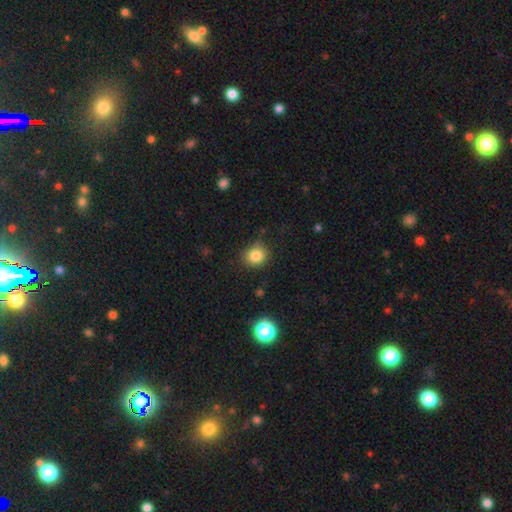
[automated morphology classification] Overall: smooth (83%). How rounded: round (82%). Merging: none (77%).